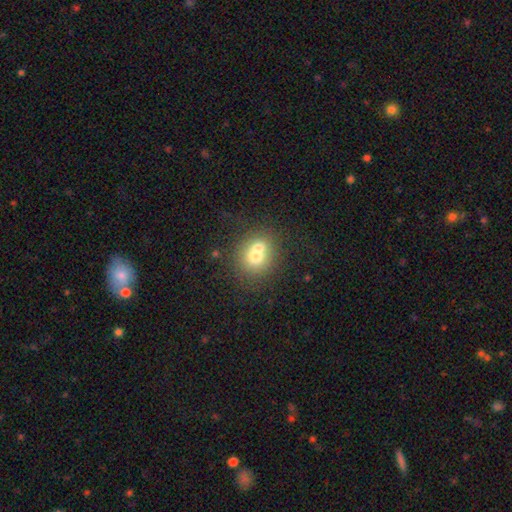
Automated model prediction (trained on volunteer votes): The model was most divided on "merging": merger: 52%, none: 37%, minor disturbance: 7%, major disturbance: 3%. More confident: how rounded — round (81%); smooth or featured — smooth (66%).